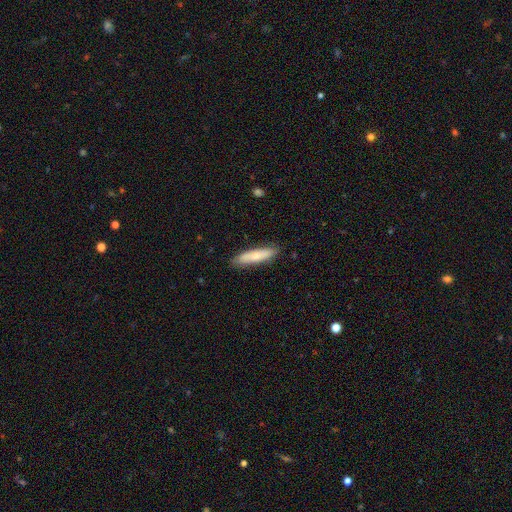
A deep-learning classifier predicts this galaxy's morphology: Smooth or featured?
  - smooth: 71% *
  - featured or disk: 23%
  - star or artifact: 6%
How rounded?
  - cigar-shaped: 79% *
  - in between: 19%
  - round: 2%
Merging?
  - none: 86% *
  - minor disturbance: 11%
  - major disturbance: 2%
  - merger: 1%